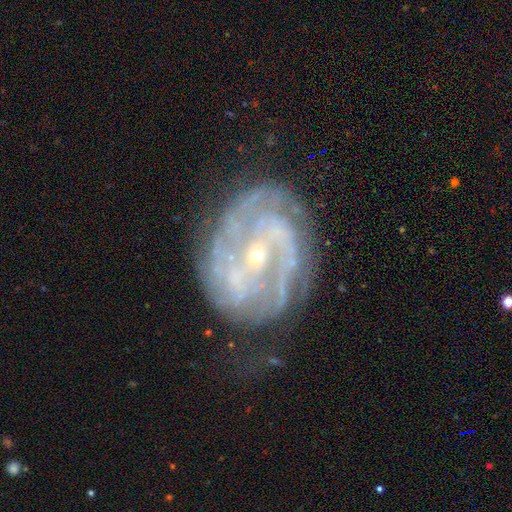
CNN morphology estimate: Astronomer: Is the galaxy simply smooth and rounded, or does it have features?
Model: featured or disk — 88%.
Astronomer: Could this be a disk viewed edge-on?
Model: no — 97%.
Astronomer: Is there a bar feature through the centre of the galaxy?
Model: weak — 36%, tied with no at 36%.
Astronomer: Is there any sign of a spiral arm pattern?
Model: yes — 95%.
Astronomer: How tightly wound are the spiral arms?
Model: tight — 58% (runner-up: medium, 34%).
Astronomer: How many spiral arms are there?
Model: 2 — 34% (runner-up: can't tell, 23%).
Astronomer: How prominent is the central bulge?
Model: small — 75%.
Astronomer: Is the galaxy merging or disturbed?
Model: none — 64%.